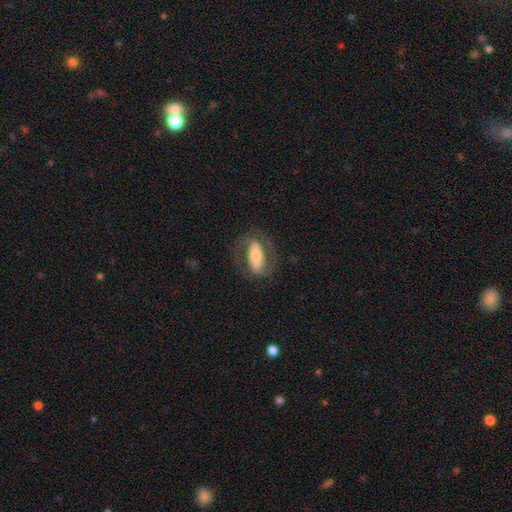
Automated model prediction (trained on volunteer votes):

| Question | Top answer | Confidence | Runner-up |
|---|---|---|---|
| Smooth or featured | featured or disk | 61% | smooth (32%) |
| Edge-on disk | no | 88% | yes (12%) |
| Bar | strong | 54% | no (24%) |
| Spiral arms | yes | 68% | no (32%) |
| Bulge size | moderate | 48% | small (30%) |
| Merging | none | 70% | minor disturbance (15%) |